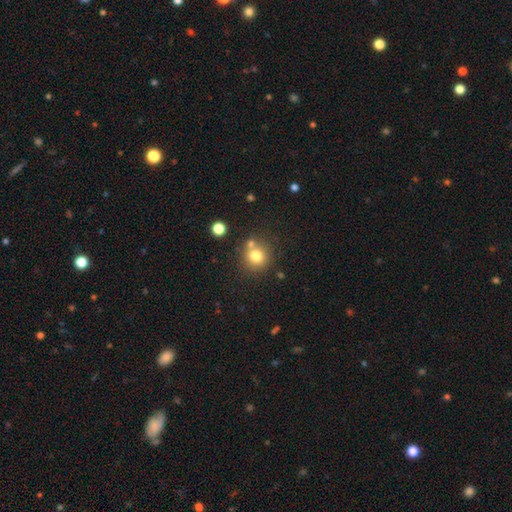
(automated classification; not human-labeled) Overall: smooth (78%). How rounded: round (89%). Merging: none (69%).